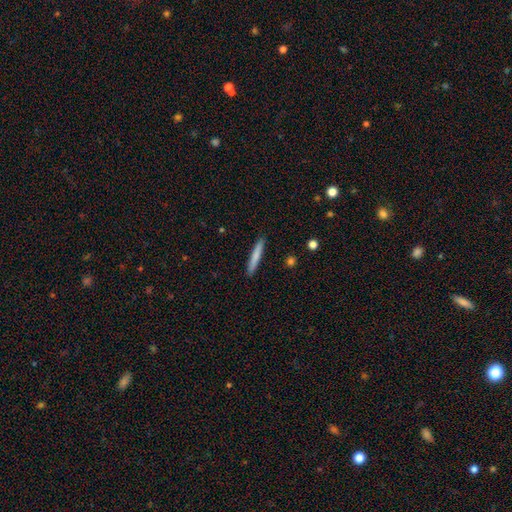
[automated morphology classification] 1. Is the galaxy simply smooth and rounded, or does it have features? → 77% smooth, 18% featured or disk, 6% star or artifact.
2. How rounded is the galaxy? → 95% cigar-shaped, 4% in between, 1% round.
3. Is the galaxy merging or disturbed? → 91% none, 6% minor disturbance, 1% major disturbance, 1% merger.